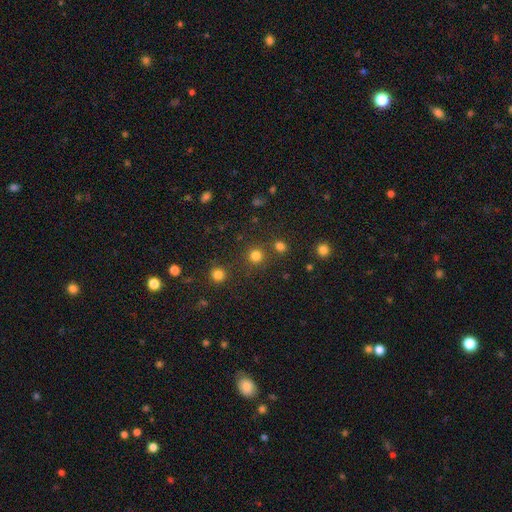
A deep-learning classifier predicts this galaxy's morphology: A smooth galaxy with no disk features (79%) that is round (93%). Merging: none (82%).